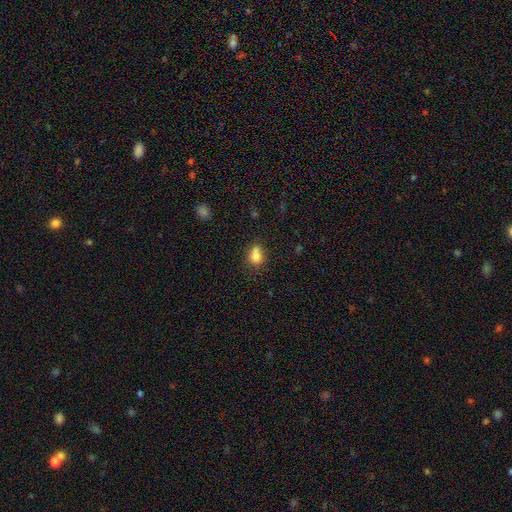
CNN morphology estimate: Smooth or featured?
  - smooth: 78% *
  - star or artifact: 11%
  - featured or disk: 11%
How rounded?
  - in between: 52% *
  - round: 46%
  - cigar-shaped: 2%
Merging?
  - none: 43% *
  - merger: 29%
  - minor disturbance: 20%
  - major disturbance: 7%